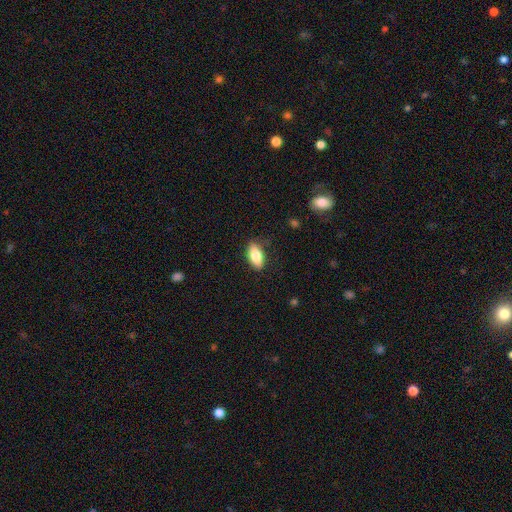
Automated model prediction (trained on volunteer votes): Smooth or featured: smooth — 79% (featured or disk — 14%)
How rounded: in between — 87% (cigar-shaped — 10%)
Merging: none — 81% (minor disturbance — 15%)